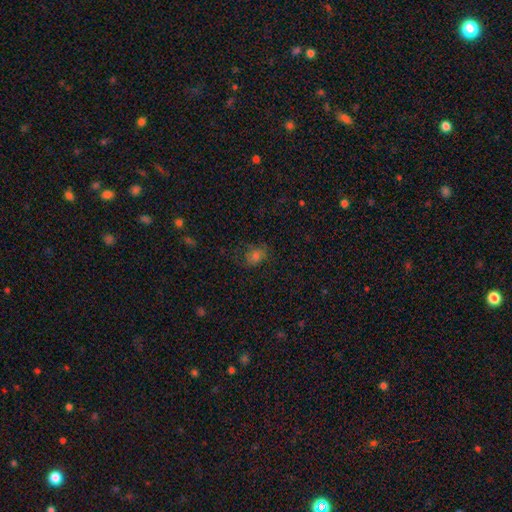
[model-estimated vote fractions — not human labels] A smooth galaxy with no disk features (59%) that is in between round and cigar-shaped (52%). Merging: none (63%).